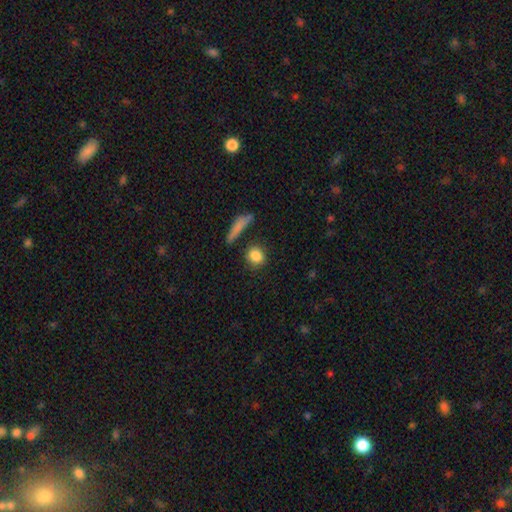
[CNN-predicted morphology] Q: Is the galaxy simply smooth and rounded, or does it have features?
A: smooth — 85%.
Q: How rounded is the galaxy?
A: round — 70%.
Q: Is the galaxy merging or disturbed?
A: none — 76%.